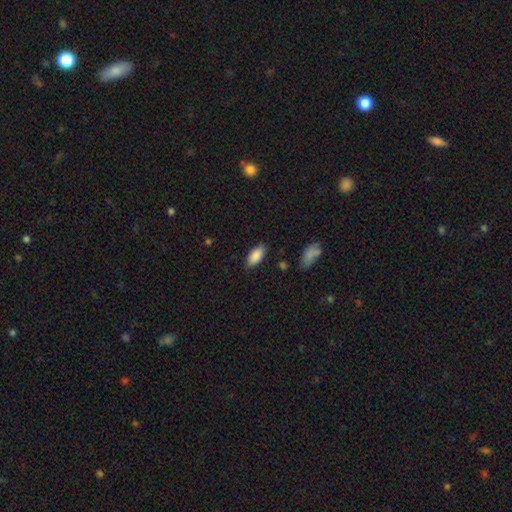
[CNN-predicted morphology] A smooth galaxy with no disk features (88%) that is in between round and cigar-shaped (90%).

Vote fractions:
- Smooth or featured? smooth: 88% / star or artifact: 7% / featured or disk: 6%
- How rounded? in between: 90% / cigar-shaped: 8% / round: 2%
- Merging? none: 83% / minor disturbance: 12% / major disturbance: 3% / merger: 2%